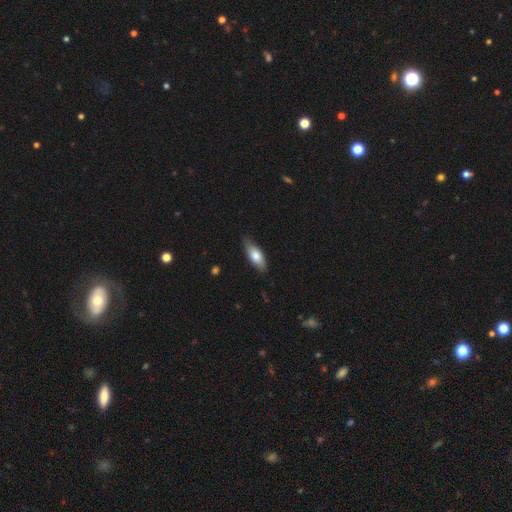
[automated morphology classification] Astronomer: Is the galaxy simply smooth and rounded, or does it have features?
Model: smooth — 72%.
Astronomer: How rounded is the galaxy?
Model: in between — 75%.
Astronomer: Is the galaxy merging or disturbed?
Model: none — 82%.